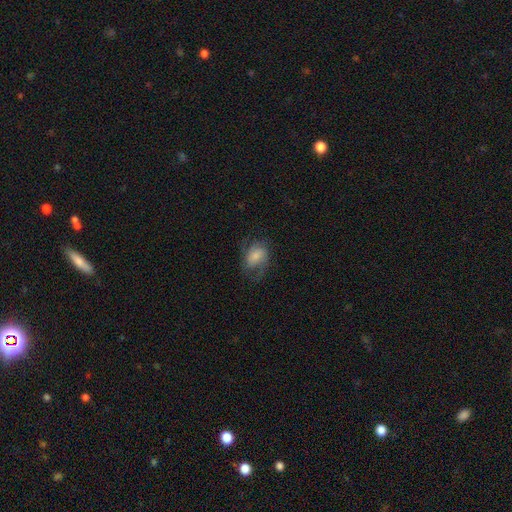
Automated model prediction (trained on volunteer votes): smooth_or_featured: smooth (p=0.51) [alt: featured or disk p=0.40]
how_rounded: in between (p=0.74) [alt: round p=0.24]
merging: none (p=0.51) [alt: minor disturbance p=0.24]